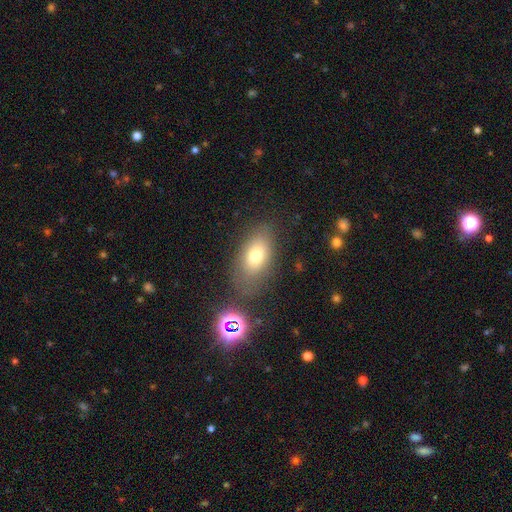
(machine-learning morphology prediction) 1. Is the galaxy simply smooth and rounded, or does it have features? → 73% smooth, 15% featured or disk, 12% star or artifact.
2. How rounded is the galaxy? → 87% in between, 10% round, 3% cigar-shaped.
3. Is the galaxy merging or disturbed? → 71% none, 16% minor disturbance, 7% major disturbance, 6% merger.